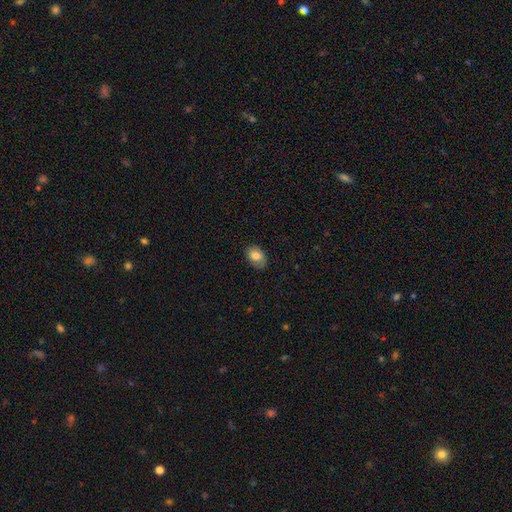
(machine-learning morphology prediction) smooth_or_featured: smooth (p=0.77) [alt: featured or disk p=0.15]
how_rounded: in between (p=0.79) [alt: round p=0.20]
merging: none (p=0.74) [alt: minor disturbance p=0.20]